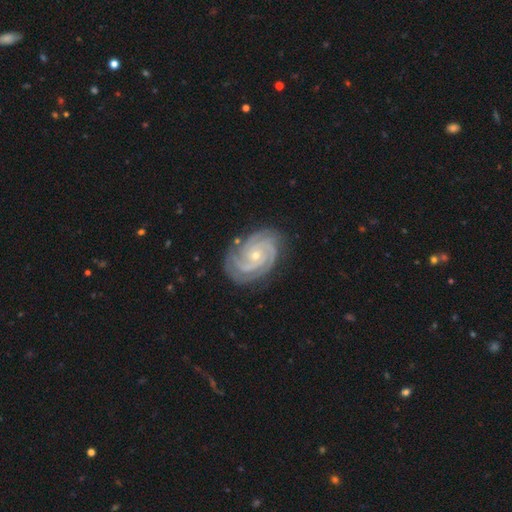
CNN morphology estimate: Overall: featured or disk (92%). Edge-on disk: no (98%). Bar: no (74%). Spiral arms: yes (99%). Spiral arm count: 3 (45%; 4 22%). Spiral winding: tight (78%). Bulge size: small (71%). Merging: none (81%).